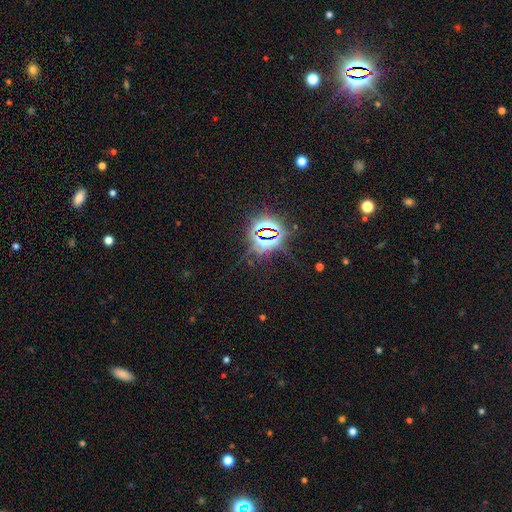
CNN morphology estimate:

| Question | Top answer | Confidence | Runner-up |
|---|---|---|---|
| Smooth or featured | star or artifact | 84% | smooth (10%) |